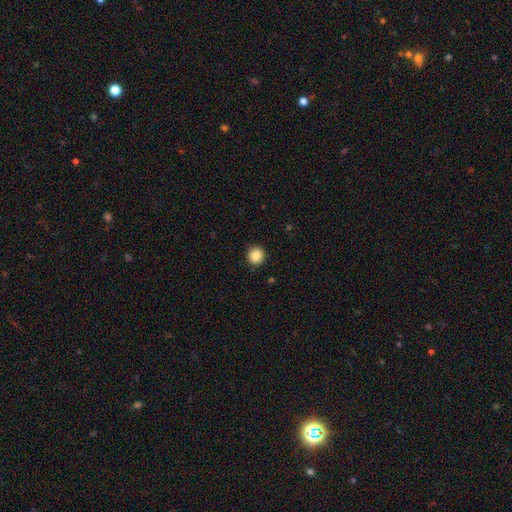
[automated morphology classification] smooth_or_featured: smooth (p=0.87) [alt: star or artifact p=0.09]
how_rounded: round (p=0.93) [alt: in between p=0.06]
merging: none (p=0.91) [alt: minor disturbance p=0.06]